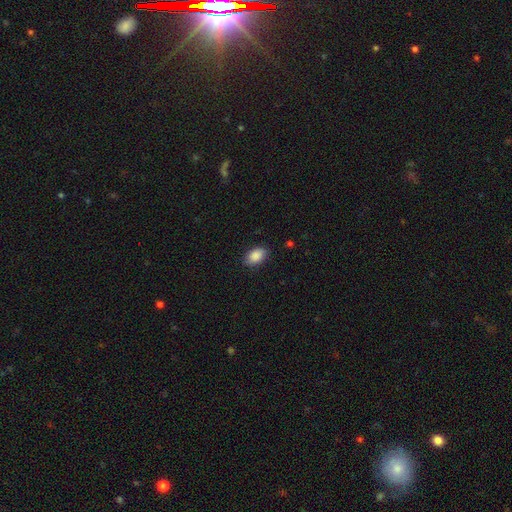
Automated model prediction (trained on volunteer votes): Smooth or featured? Predicted: smooth (p=0.89). How rounded? Predicted: in between (p=0.90). Merging? Predicted: none (p=0.86).